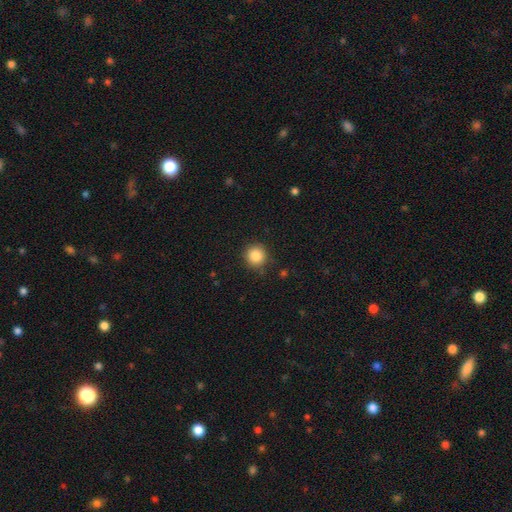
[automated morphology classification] A smooth galaxy with no disk features (86%) that is round (93%).

Vote fractions:
- Smooth or featured? smooth: 86% / star or artifact: 10% / featured or disk: 4%
- How rounded? round: 93% / in between: 6% / cigar-shaped: 1%
- Merging? none: 87% / minor disturbance: 9% / major disturbance: 3% / merger: 1%